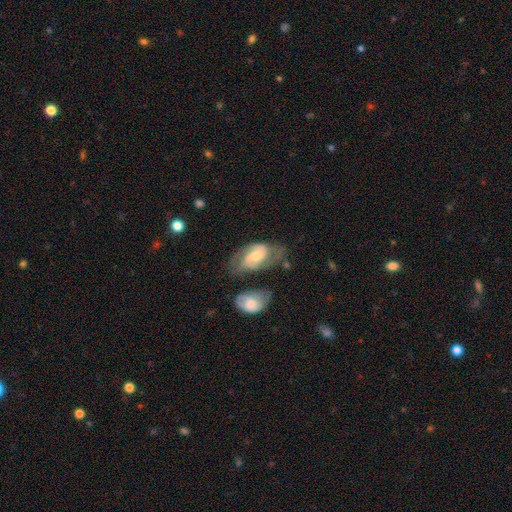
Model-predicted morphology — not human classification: Smooth or featured: featured or disk — 69% (smooth — 25%)
Edge-on disk: no — 96% (yes — 4%)
Bar: no — 48% (weak — 44%)
Spiral arms: yes — 90% (no — 10%)
Spiral winding: medium — 50% (tight — 28%)
Spiral arm count: 2 — 77% (can't tell — 13%)
Bulge size: moderate — 51% (small — 35%)
Merging: none — 48% (minor disturbance — 24%)